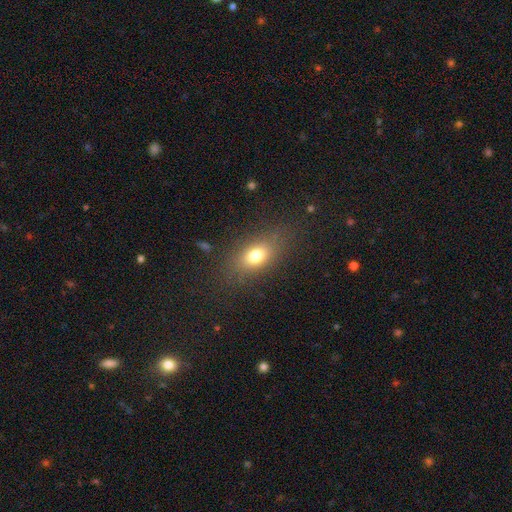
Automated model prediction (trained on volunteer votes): Morphology: type=smooth (75%); roundness=in between (77%); merging=none (80%).